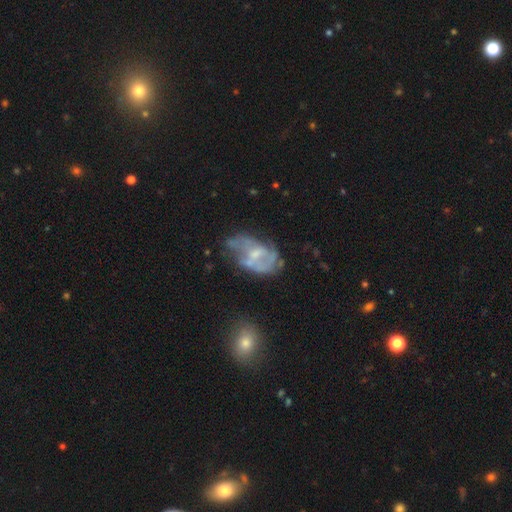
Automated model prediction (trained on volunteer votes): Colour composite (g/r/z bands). It shows a featured or disk galaxy (69%) with no bar (50%), no spiral arms (50%, tied with yes) and a small central bulge (43%). Merging: none (40%).